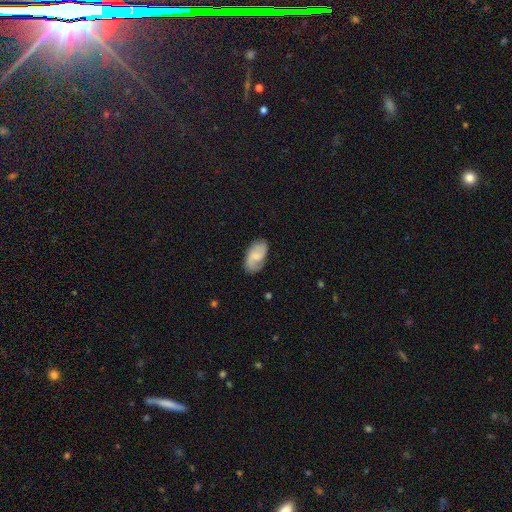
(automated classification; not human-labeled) This is possibly a featured or disk galaxy (52%). It is clearly not viewed edge-on (96%). Merging: likely none (73%).